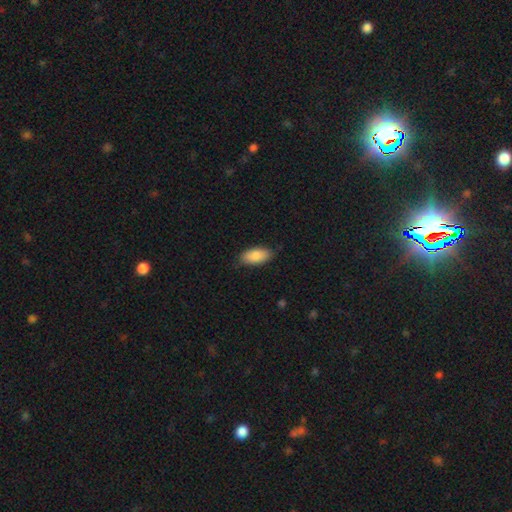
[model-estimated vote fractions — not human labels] Overall: smooth (87%). How rounded: in between (91%). Merging: none (82%).